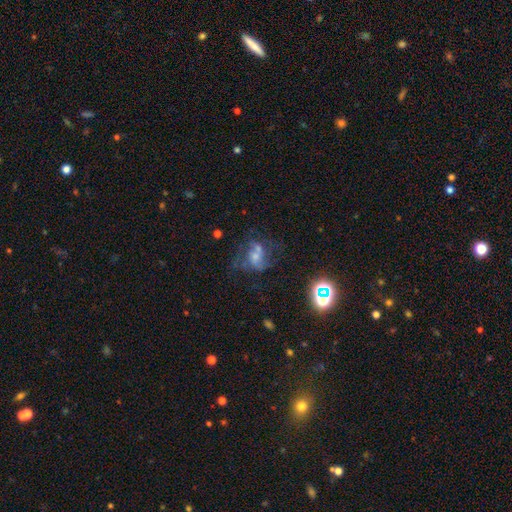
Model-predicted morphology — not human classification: Smooth or featured?
  - featured or disk: 55% *
  - star or artifact: 24%
  - smooth: 21%
Edge-on disk?
  - no: 97% *
  - yes: 3%
Bar?
  - no: 62% *
  - weak: 30%
  - strong: 8%
Spiral arms?
  - yes: 68% *
  - no: 32%
Bulge size?
  - small: 41% *
  - moderate: 34%
  - none: 17%
  - large: 6%
  - dominant: 2%
Merging?
  - none: 45% *
  - major disturbance: 27%
  - minor disturbance: 18%
  - merger: 10%